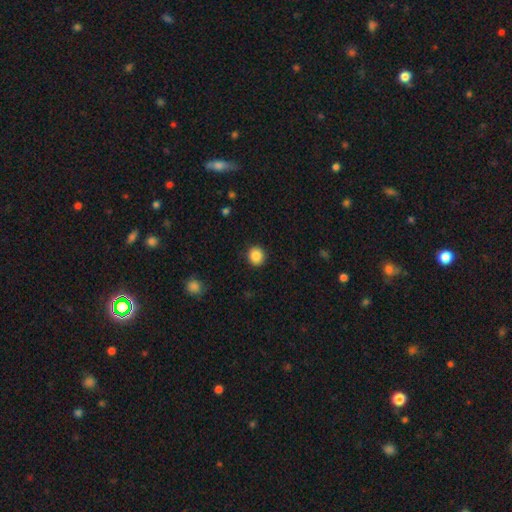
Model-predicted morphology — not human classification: A smooth galaxy with no disk features (87%) that is round (86%). Merging: none (90%).